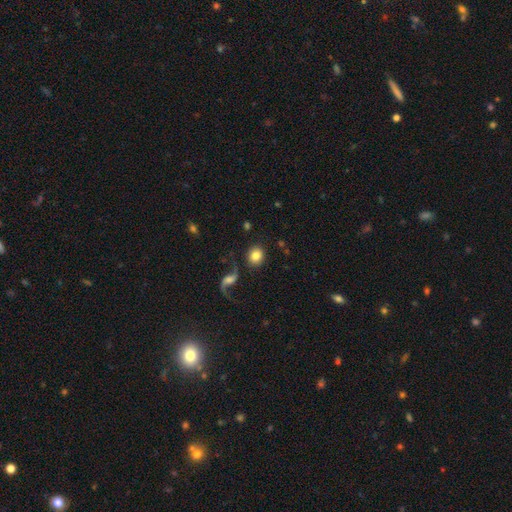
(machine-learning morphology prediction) smooth 75%, featured or disk 17%, star or artifact 8%. Down the decision tree: how rounded — round (77%); merging — none (82%).